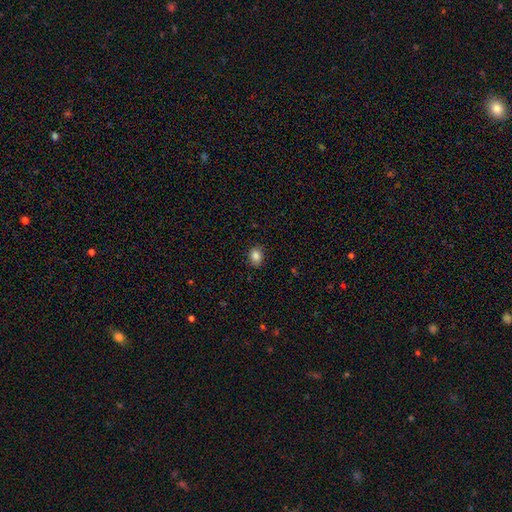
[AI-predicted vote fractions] A smooth galaxy with no disk features (85%) that is round (53%). Merging: none (86%).